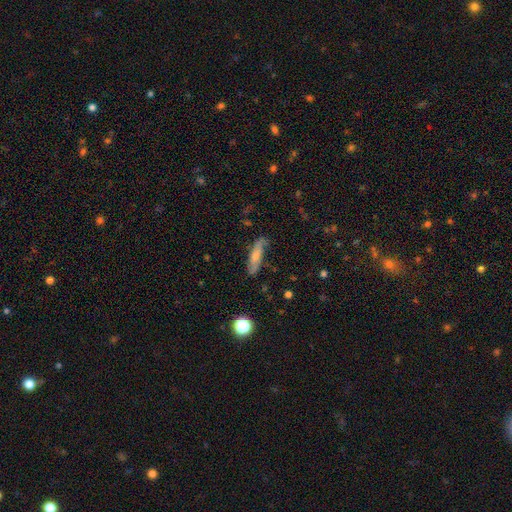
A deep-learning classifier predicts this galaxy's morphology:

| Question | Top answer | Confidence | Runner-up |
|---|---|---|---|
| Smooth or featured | featured or disk | 49% | smooth (42%) |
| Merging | none | 72% | minor disturbance (20%) |